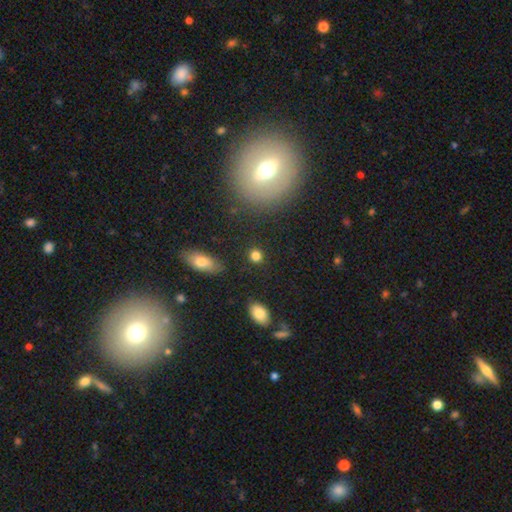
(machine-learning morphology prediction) Q: Smooth or featured?
A: smooth (83%); runner-up: star or artifact (11%)
Q: How rounded?
A: round (79%); runner-up: in between (19%)
Q: Merging?
A: none (85%); runner-up: minor disturbance (9%)